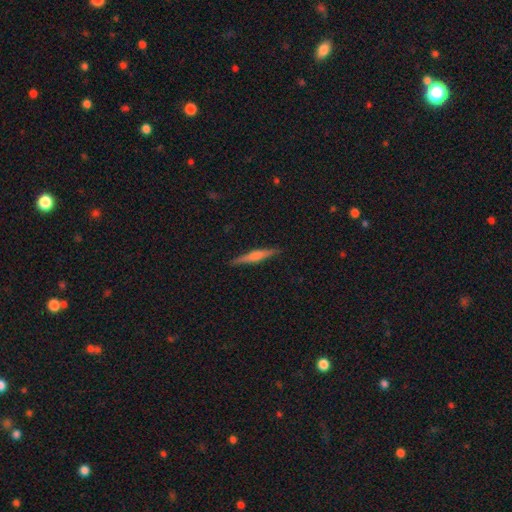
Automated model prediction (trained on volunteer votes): Overall: featured or disk (59%; smooth 35%). Edge-on disk: yes (98%). Edge-on bulge: rounded (69%). Merging: none (91%).